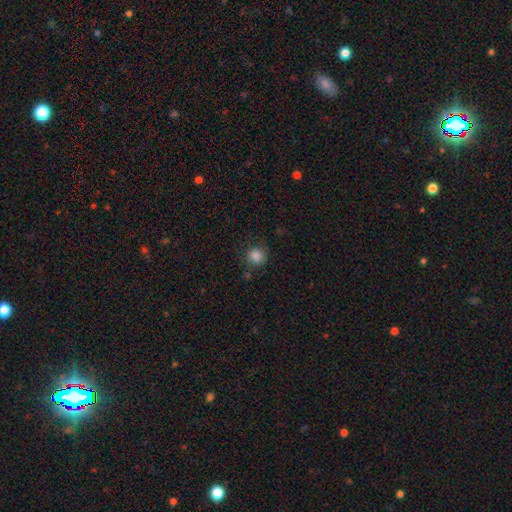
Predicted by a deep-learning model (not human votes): A smooth galaxy with no disk features (85%) that is round (88%).

Vote fractions:
- Smooth or featured? smooth: 85% / star or artifact: 11% / featured or disk: 5%
- How rounded? round: 88% / in between: 11% / cigar-shaped: 1%
- Merging? none: 77% / minor disturbance: 15% / major disturbance: 5% / merger: 3%